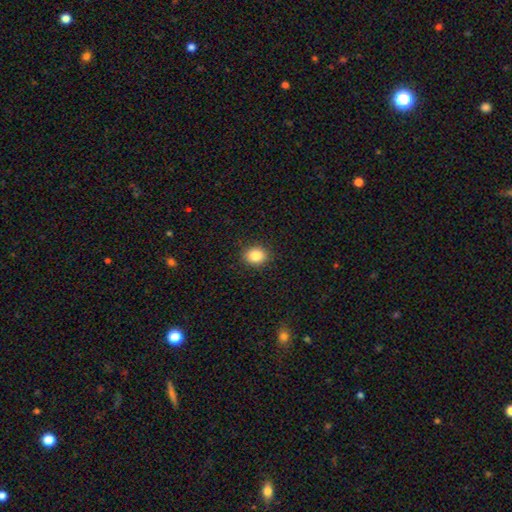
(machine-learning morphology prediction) Smooth or featured?
  - smooth: 85% *
  - star or artifact: 10%
  - featured or disk: 5%
How rounded?
  - round: 59% *
  - in between: 40%
  - cigar-shaped: 1%
Merging?
  - none: 90% *
  - minor disturbance: 7%
  - major disturbance: 2%
  - merger: 1%